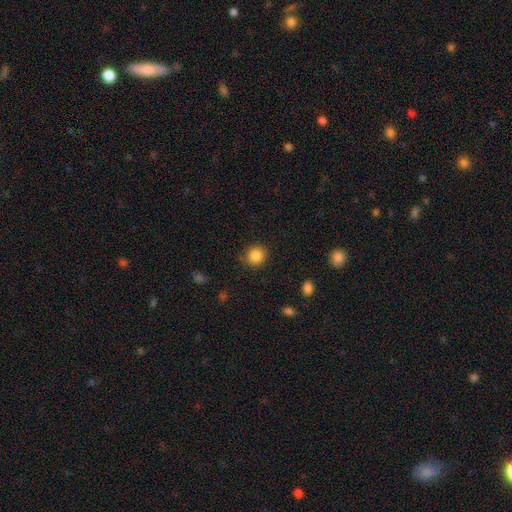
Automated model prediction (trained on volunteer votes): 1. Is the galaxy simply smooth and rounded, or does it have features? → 85% smooth, 10% star or artifact, 4% featured or disk.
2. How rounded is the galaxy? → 89% round, 10% in between, 1% cigar-shaped.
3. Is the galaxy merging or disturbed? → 86% none, 10% minor disturbance, 3% major disturbance, 1% merger.